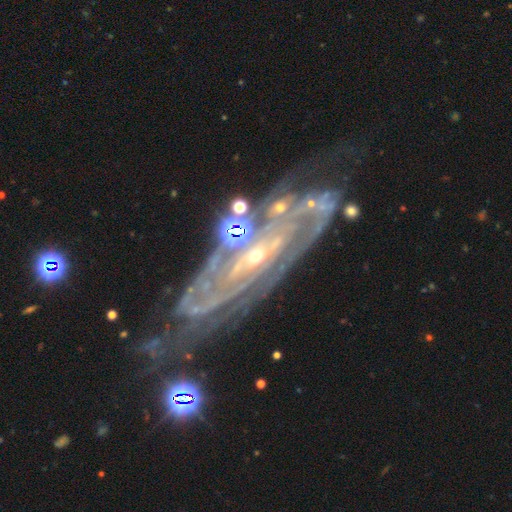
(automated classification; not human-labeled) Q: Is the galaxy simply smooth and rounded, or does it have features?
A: featured or disk — 89%.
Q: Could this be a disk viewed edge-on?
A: no — 88%.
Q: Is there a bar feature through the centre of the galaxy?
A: no — 42%.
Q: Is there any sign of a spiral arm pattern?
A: yes — 96%.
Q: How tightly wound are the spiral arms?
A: tight — 65%.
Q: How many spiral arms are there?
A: can't tell — 30%.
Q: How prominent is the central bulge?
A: small — 79%.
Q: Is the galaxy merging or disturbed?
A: none — 68%.